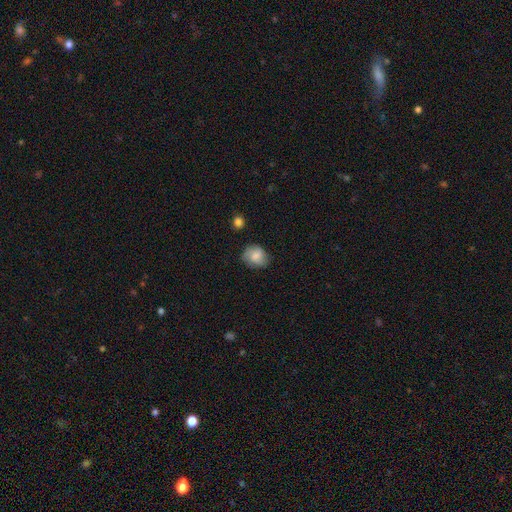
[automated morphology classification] smooth-or-featured: smooth: 70% | featured or disk: 22% | star or artifact: 8%
  how-rounded: round: 63% | in between: 36% | cigar-shaped: 1%
  merging: none: 68% | minor disturbance: 24% | major disturbance: 6% | merger: 2%